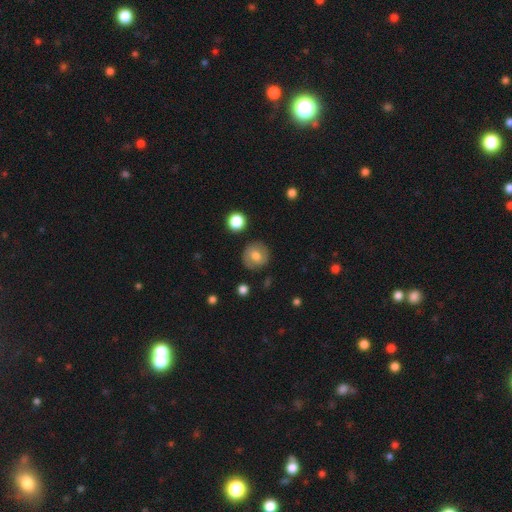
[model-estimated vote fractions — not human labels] Overall: smooth (67%). How rounded: round (88%). Merging: none (86%).